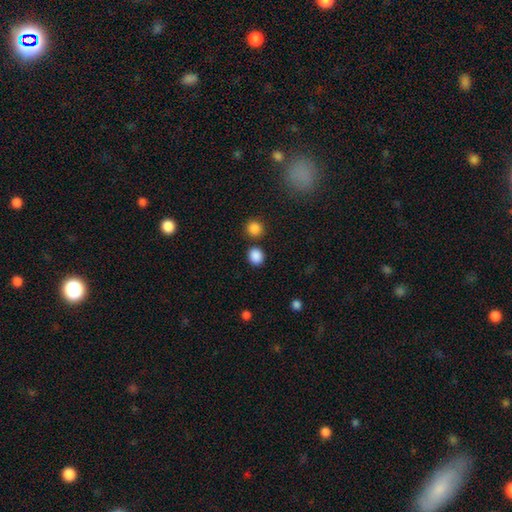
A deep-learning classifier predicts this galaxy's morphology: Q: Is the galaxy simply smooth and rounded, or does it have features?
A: smooth — 87%.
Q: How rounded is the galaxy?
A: round — 70%.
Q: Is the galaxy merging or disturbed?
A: none — 80%.